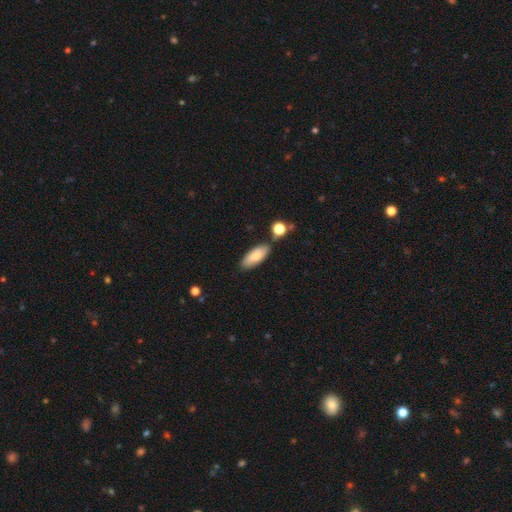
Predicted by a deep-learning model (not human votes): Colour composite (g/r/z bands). It shows a smooth galaxy with no disk features (80%) that is in between round and cigar-shaped (79%). Merging: none (72%).